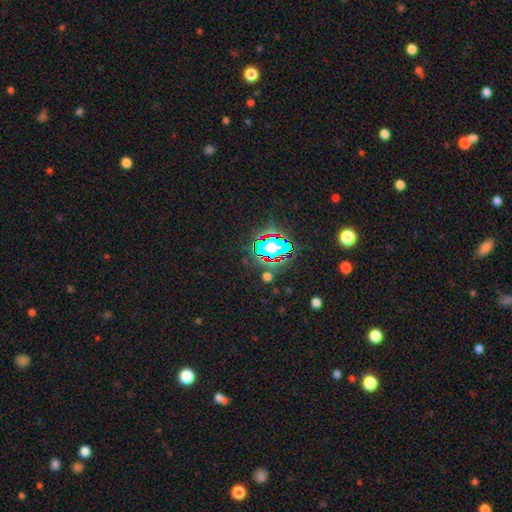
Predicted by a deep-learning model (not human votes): Smooth or featured?
  - star or artifact: 83% *
  - smooth: 10%
  - featured or disk: 7%